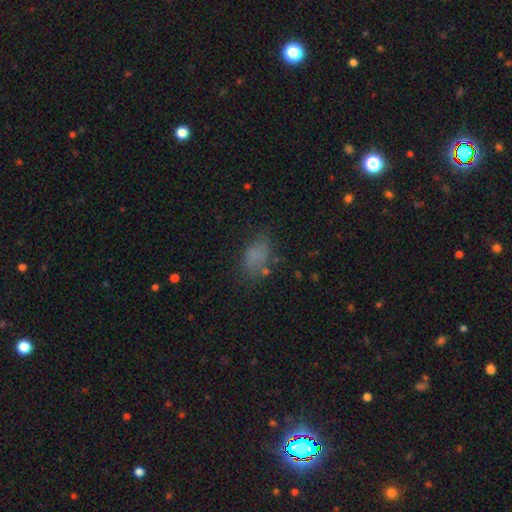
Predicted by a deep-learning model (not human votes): Smooth or featured: smooth — 73% (star or artifact — 15%)
How rounded: in between — 87% (round — 10%)
Merging: none — 61% (minor disturbance — 23%)